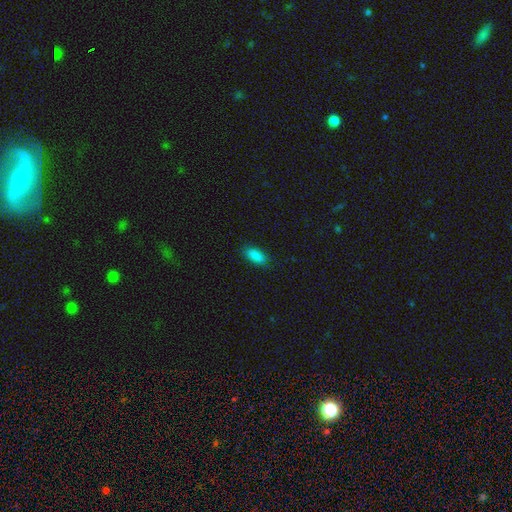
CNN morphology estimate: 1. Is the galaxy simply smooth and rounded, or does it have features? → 88% smooth, 9% star or artifact, 4% featured or disk.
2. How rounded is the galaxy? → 88% in between, 9% cigar-shaped, 3% round.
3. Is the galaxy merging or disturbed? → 87% none, 10% minor disturbance, 2% major disturbance, 1% merger.